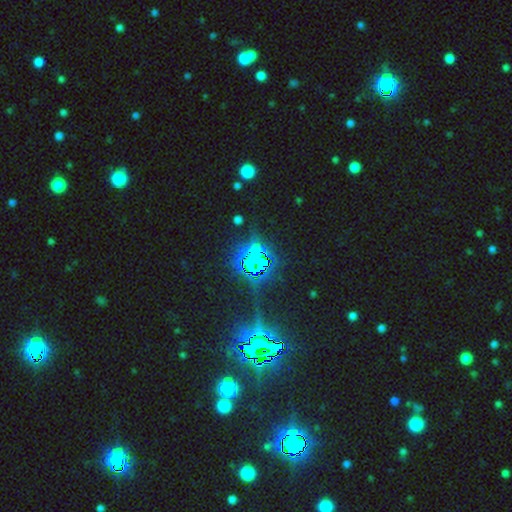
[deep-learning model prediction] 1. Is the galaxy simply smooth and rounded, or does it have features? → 80% star or artifact, 11% smooth, 9% featured or disk.